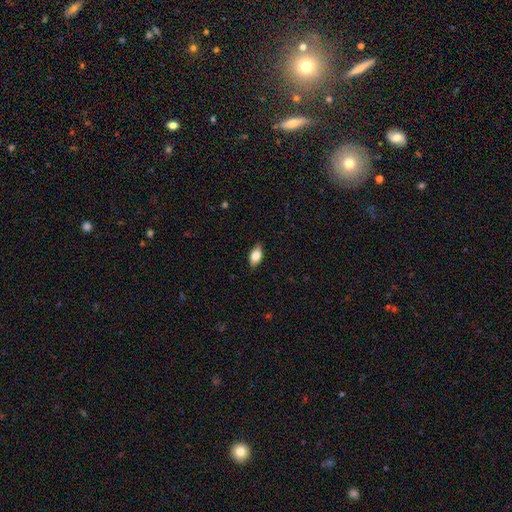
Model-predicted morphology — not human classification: The model was most divided on "smooth or featured": smooth: 74%, featured or disk: 18%, star or artifact: 8%. More confident: how rounded — in between (88%); merging — none (84%).